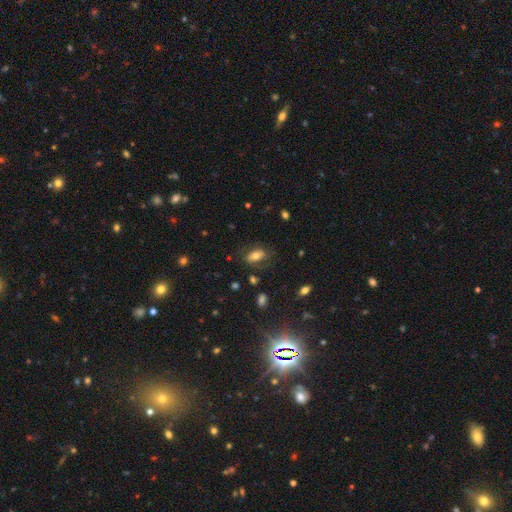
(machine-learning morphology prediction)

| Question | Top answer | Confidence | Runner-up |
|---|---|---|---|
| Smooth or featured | smooth | 60% | featured or disk (29%) |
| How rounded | in between | 84% | round (9%) |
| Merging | none | 66% | minor disturbance (20%) |